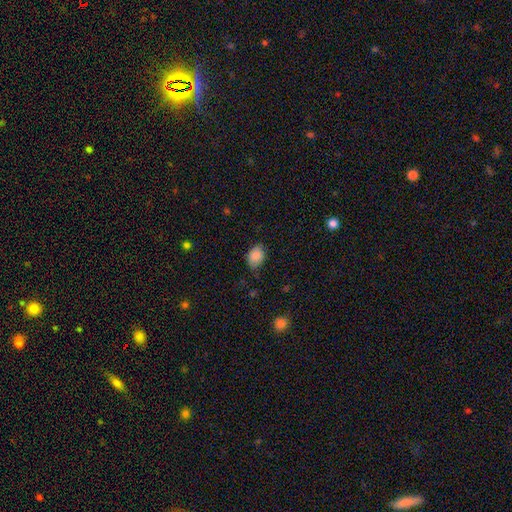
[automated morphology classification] This is clearly a smooth galaxy (87%). How rounded: likely in between (68%). Merging: likely none (66%).